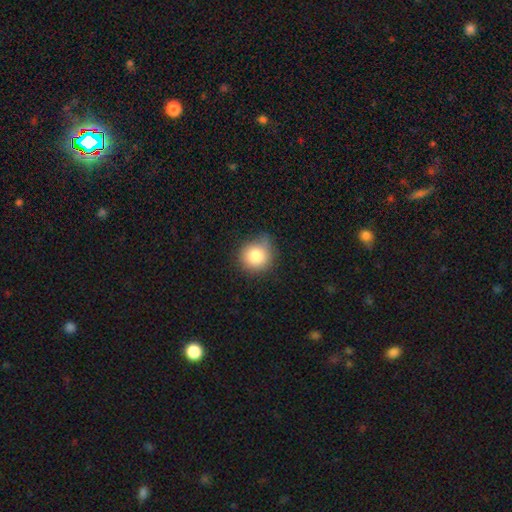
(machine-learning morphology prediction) Overall: smooth (83%). How rounded: round (90%). Merging: none (67%).